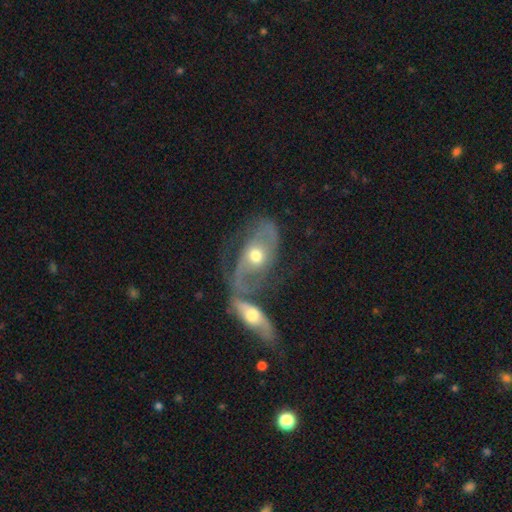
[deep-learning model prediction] Smooth or featured: featured or disk — 73% (smooth — 20%)
Edge-on disk: no — 92% (yes — 8%)
Bar: no — 66% (weak — 25%)
Spiral arms: yes — 78% (no — 22%)
Spiral winding: medium — 41% (loose — 39%)
Spiral arm count: 2 — 78% (can't tell — 12%)
Bulge size: moderate — 70% (small — 19%)
Merging: merger — 44% (none — 28%)